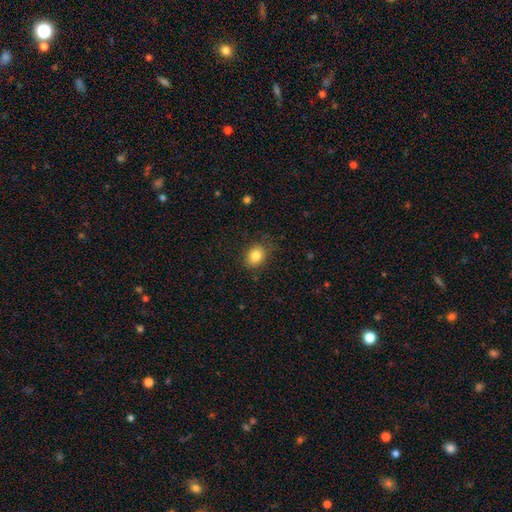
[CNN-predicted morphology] Smooth or featured: smooth — 83% (star or artifact — 10%)
How rounded: round — 53% (in between — 46%)
Merging: none — 81% (minor disturbance — 15%)